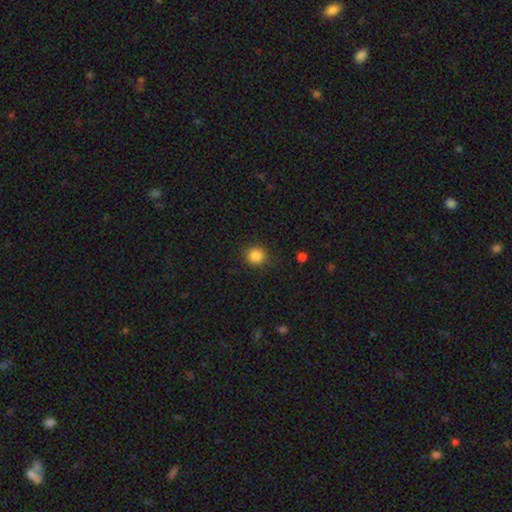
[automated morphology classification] Smooth or featured?
  - smooth: 86% *
  - star or artifact: 11%
  - featured or disk: 4%
How rounded?
  - round: 89% *
  - in between: 10%
  - cigar-shaped: 1%
Merging?
  - none: 88% *
  - minor disturbance: 9%
  - major disturbance: 3%
  - merger: 1%